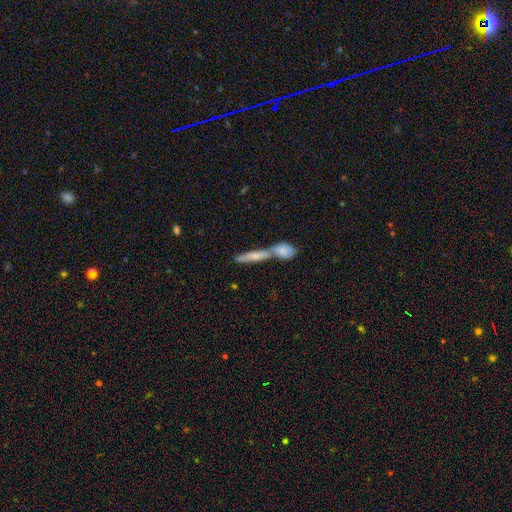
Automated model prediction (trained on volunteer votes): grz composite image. It shows a smooth galaxy with no disk features (52%) that is cigar-shaped (80%). Merging: merger (49%).